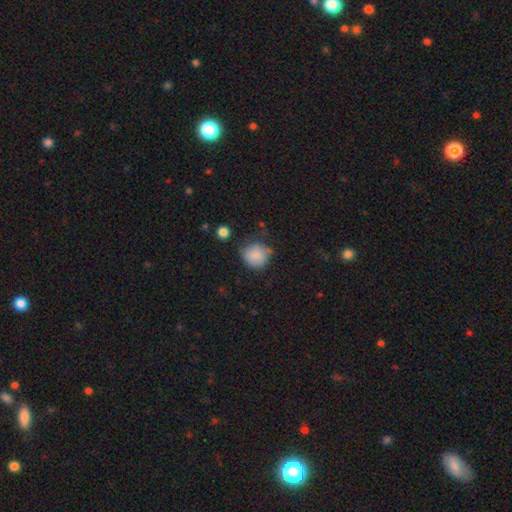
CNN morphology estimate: Smooth or featured?
  - smooth: 84% *
  - star or artifact: 8%
  - featured or disk: 7%
How rounded?
  - round: 87% *
  - in between: 12%
  - cigar-shaped: 1%
Merging?
  - none: 63% *
  - minor disturbance: 26%
  - major disturbance: 7%
  - merger: 4%